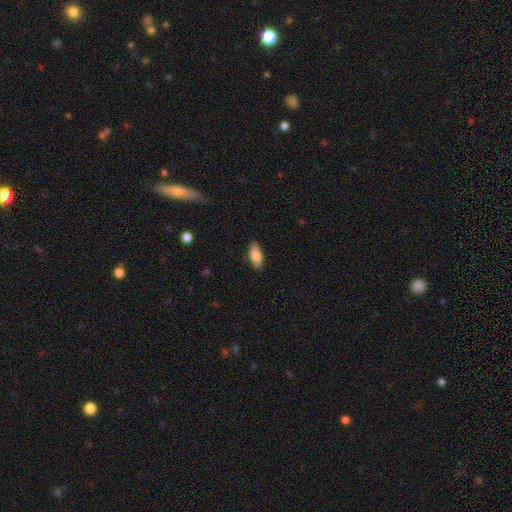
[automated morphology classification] A smooth galaxy with no disk features (84%) that is in between round and cigar-shaped (77%). Merging: none (85%).